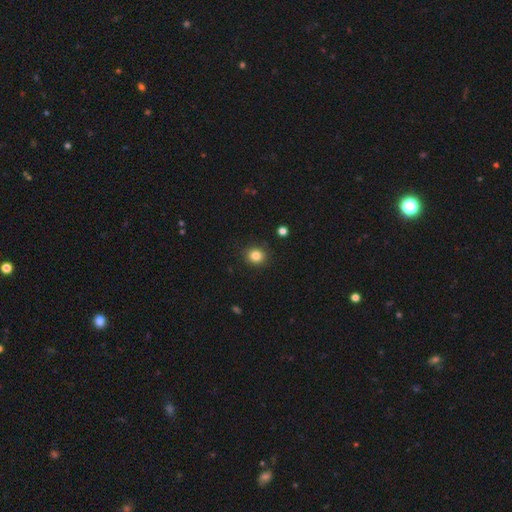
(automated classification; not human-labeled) Smooth or featured: smooth — 83% (star or artifact — 11%)
How rounded: round — 85% (in between — 14%)
Merging: none — 90% (minor disturbance — 7%)